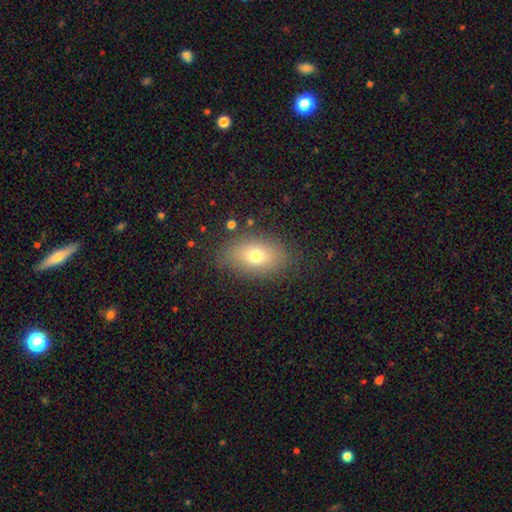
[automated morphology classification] smooth_or_featured: smooth (p=0.70) [alt: featured or disk p=0.18]
how_rounded: in between (p=0.84) [alt: round p=0.14]
merging: none (p=0.82) [alt: minor disturbance p=0.12]